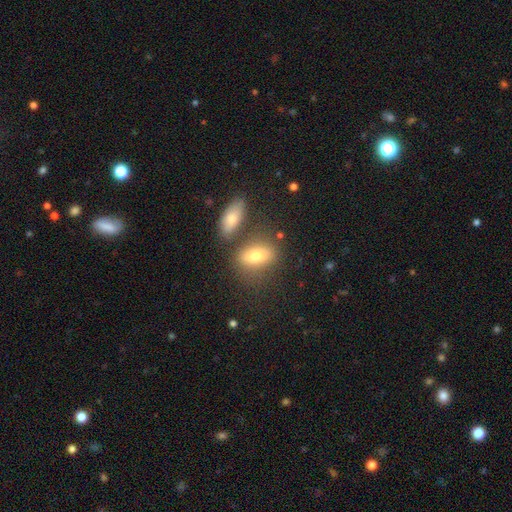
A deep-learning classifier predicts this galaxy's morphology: This is likely a smooth galaxy (72%). How rounded: likely in between (80%). Merging: likely none (60%).